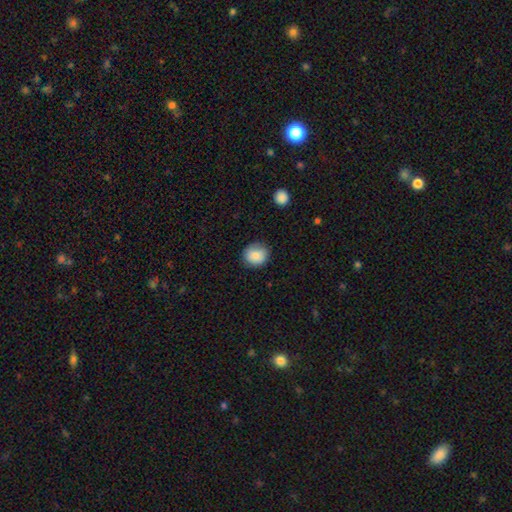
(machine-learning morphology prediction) Smooth or featured? smooth (87%)
How rounded? round (81%)
Merging? none (84%)